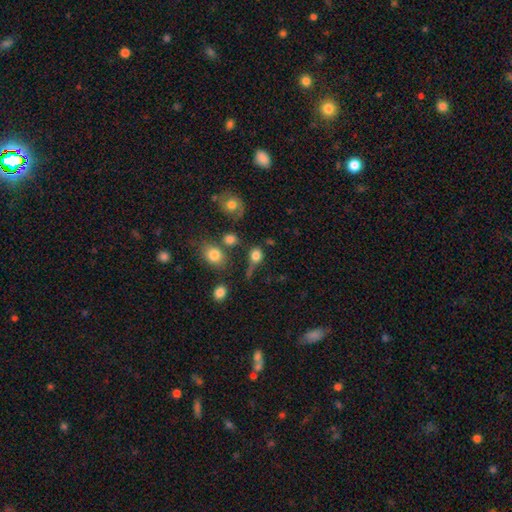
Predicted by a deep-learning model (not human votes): A smooth galaxy with no disk features (78%) that is round (67%). Merging: none (52%).